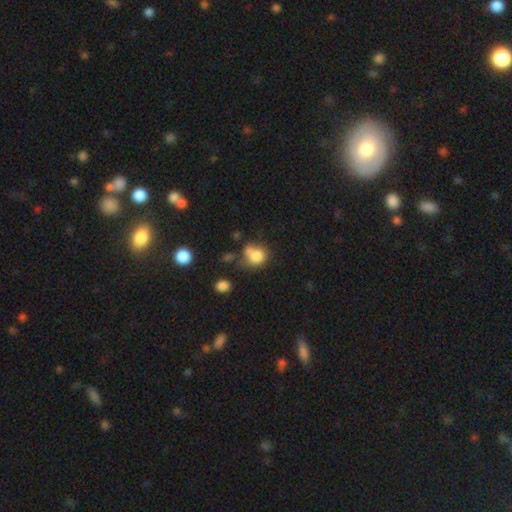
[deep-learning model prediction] Q: Smooth or featured?
A: smooth (77%); runner-up: star or artifact (12%)
Q: How rounded?
A: round (69%); runner-up: in between (30%)
Q: Merging?
A: none (41%); runner-up: merger (26%)